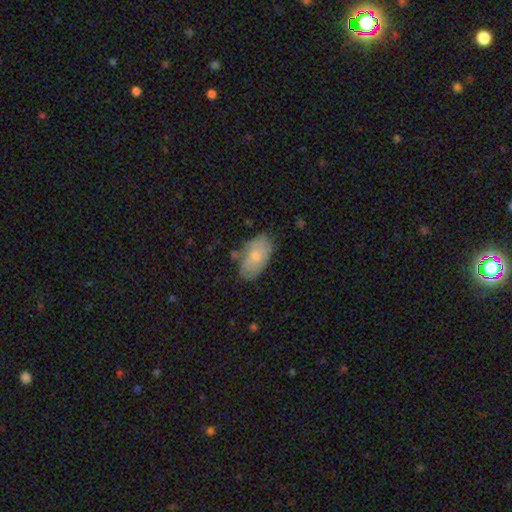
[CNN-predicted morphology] smooth-or-featured: smooth: 71% | featured or disk: 23% | star or artifact: 6%
  how-rounded: in between: 94% | round: 4% | cigar-shaped: 2%
  merging: none: 65% | minor disturbance: 25% | major disturbance: 6% | merger: 4%